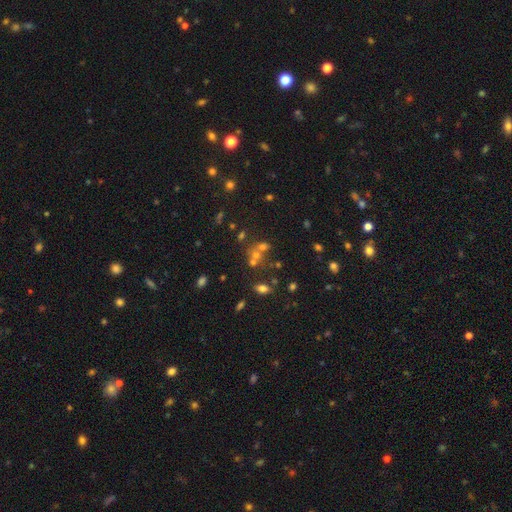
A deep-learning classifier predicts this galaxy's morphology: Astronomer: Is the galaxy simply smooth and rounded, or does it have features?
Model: star or artifact — 42% (runner-up: smooth, 40%).